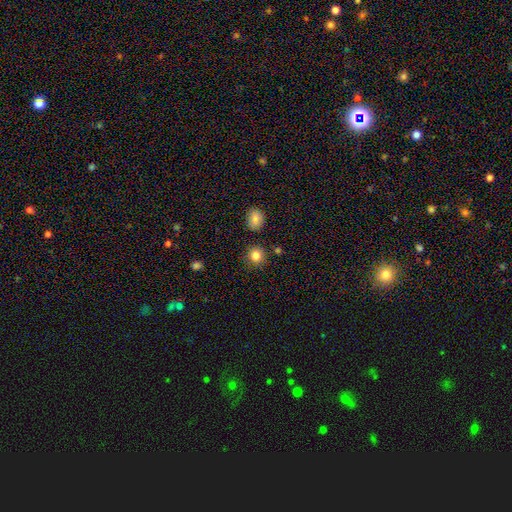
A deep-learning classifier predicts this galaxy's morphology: Q: Smooth or featured?
A: smooth (84%); runner-up: star or artifact (11%)
Q: How rounded?
A: round (89%); runner-up: in between (10%)
Q: Merging?
A: none (86%); runner-up: minor disturbance (8%)